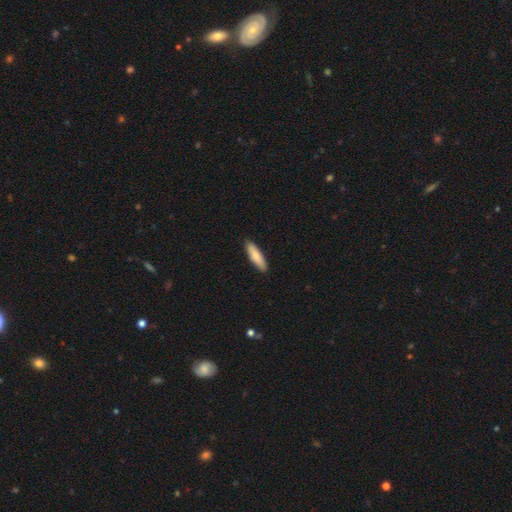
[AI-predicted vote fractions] This is clearly a smooth galaxy (83%). How rounded: likely cigar-shaped (67%). Merging: clearly none (90%).